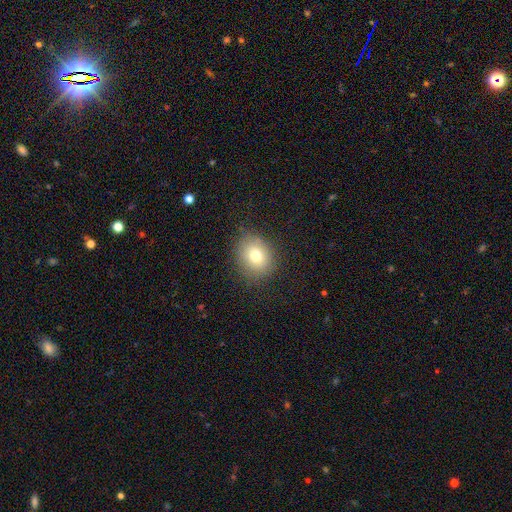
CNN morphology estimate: Smooth or featured? Predicted: smooth (p=0.75). How rounded? Predicted: round (p=0.65). Merging? Predicted: none (p=0.84).